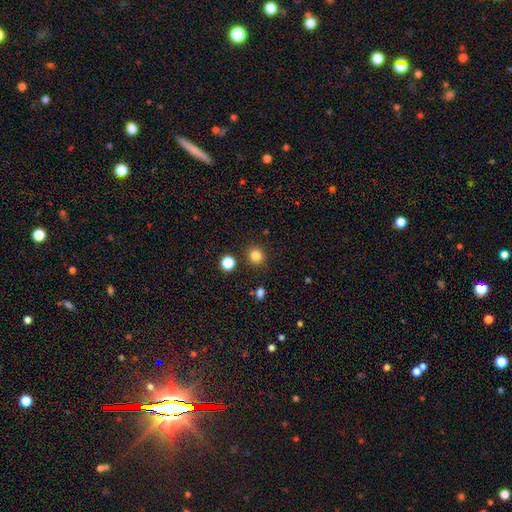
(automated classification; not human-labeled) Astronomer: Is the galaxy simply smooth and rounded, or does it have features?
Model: smooth — 83%.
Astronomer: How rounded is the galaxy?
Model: round — 88%.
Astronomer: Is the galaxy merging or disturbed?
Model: none — 87%.